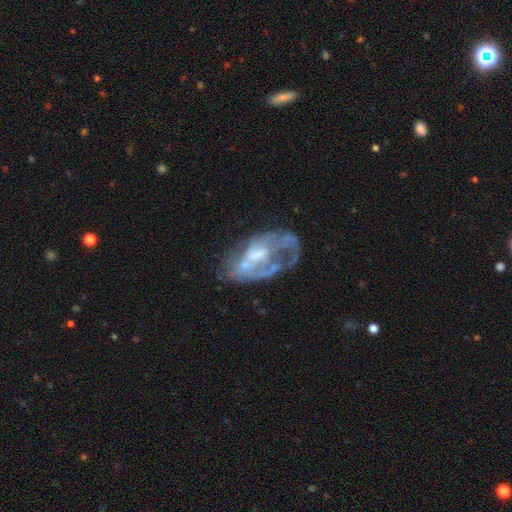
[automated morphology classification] This appears to be a featured or disk galaxy (69%) with no bar (62%), no spiral arms (59%) and a moderate central bulge (37%). Merging: major disturbance (37%).